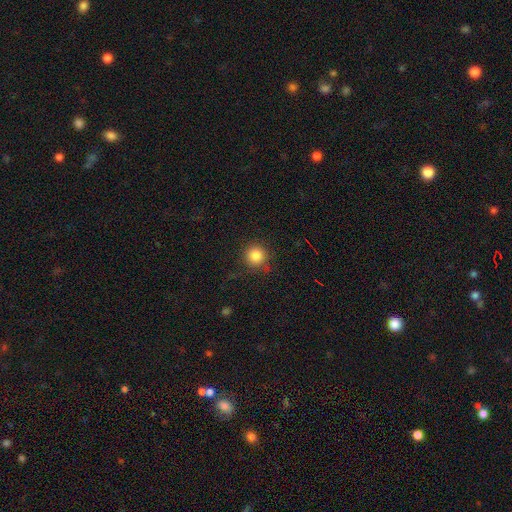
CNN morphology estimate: Smooth or featured: smooth — 84% (star or artifact — 11%)
How rounded: round — 94% (in between — 5%)
Merging: none — 82% (minor disturbance — 12%)